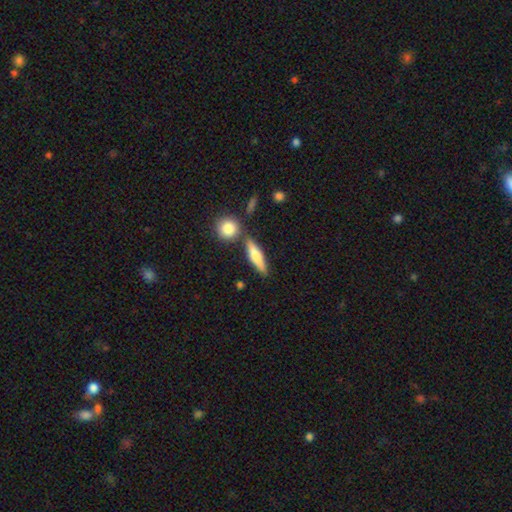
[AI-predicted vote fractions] This appears to be a smooth galaxy with no disk features (64%) that is cigar-shaped (65%). Merging: none (76%).